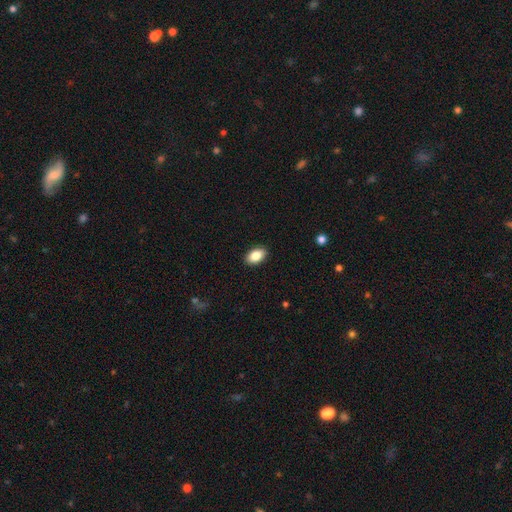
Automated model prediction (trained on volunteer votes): Morphology: type=smooth (86%); roundness=in between (91%); merging=none (90%).